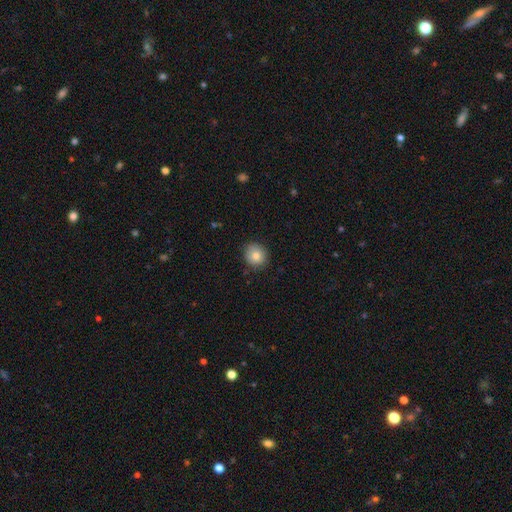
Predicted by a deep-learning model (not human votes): This appears to be a smooth galaxy with no disk features (81%) that is round (82%). Merging: none (86%).